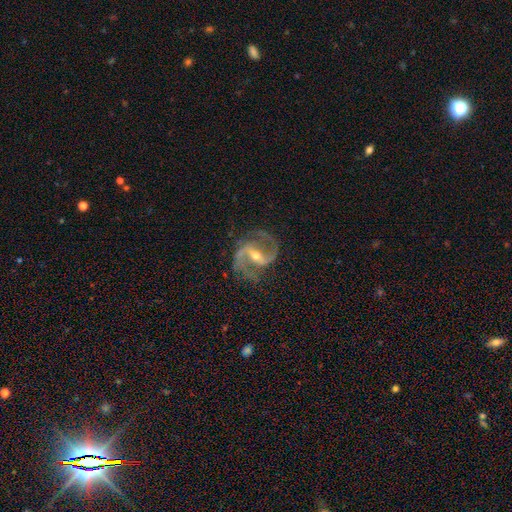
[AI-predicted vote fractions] featured or disk 92%, star or artifact 5%, smooth 3%. Down the decision tree: edge-on disk — no (97%); bar — strong (53%); spiral arms — yes (98%); spiral arm count — 2 (92%); spiral winding — medium (60%); bulge size — moderate (49%); merging — none (78%).